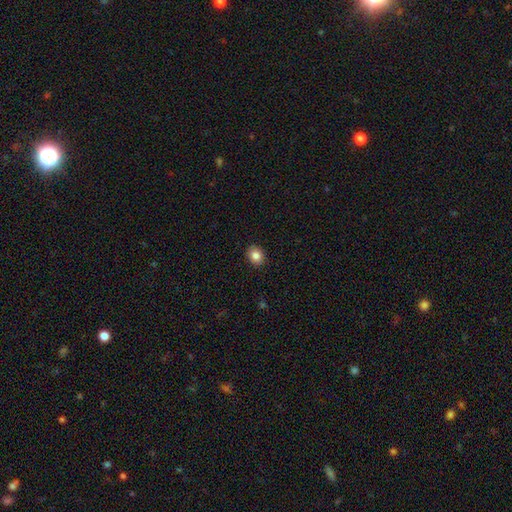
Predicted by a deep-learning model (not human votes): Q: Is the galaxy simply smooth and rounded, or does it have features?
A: smooth — 84%.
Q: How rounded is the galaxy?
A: round — 51%.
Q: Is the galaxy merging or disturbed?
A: none — 91%.